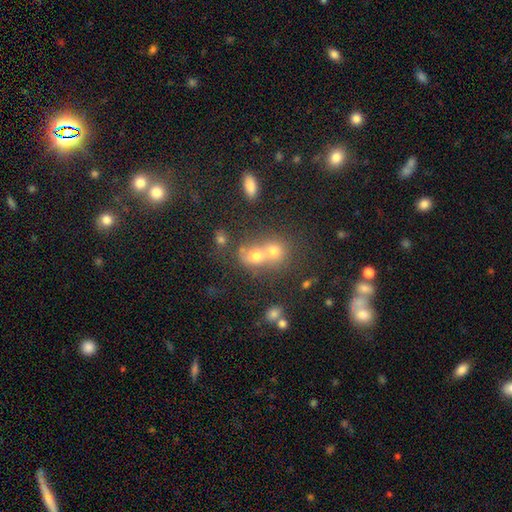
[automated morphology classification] smooth-or-featured: smooth: 50% | star or artifact: 33% | featured or disk: 17%
  how-rounded: round: 74% | in between: 24% | cigar-shaped: 2%
  merging: none: 44% (tied) | merger: 44% (tied) | minor disturbance: 8% | major disturbance: 4%